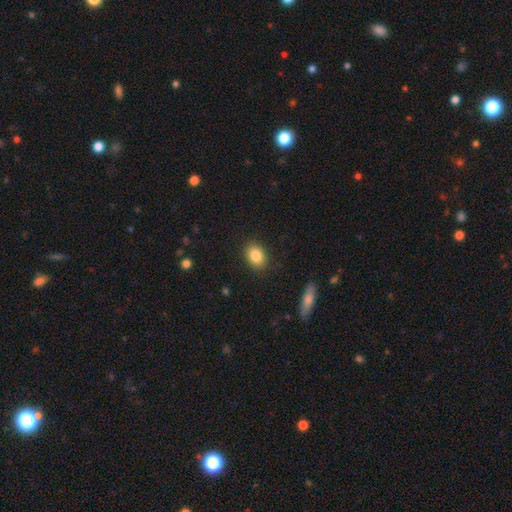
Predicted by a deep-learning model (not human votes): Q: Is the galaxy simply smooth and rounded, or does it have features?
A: smooth — 85%.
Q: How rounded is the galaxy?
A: in between — 75%.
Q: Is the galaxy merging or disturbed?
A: none — 87%.